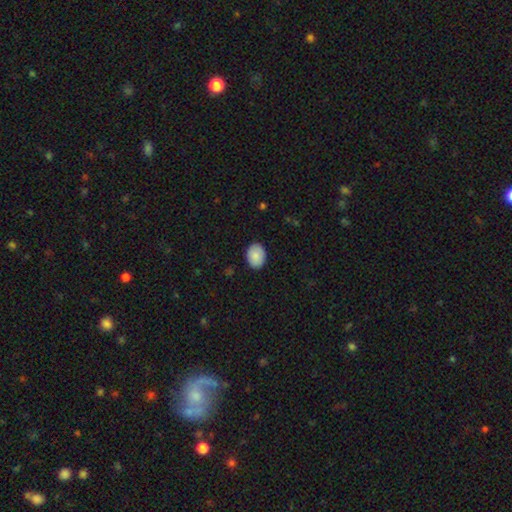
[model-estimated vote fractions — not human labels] Smooth or featured? Predicted: smooth (p=0.87). How rounded? Predicted: in between (p=0.65). Merging? Predicted: none (p=0.88).